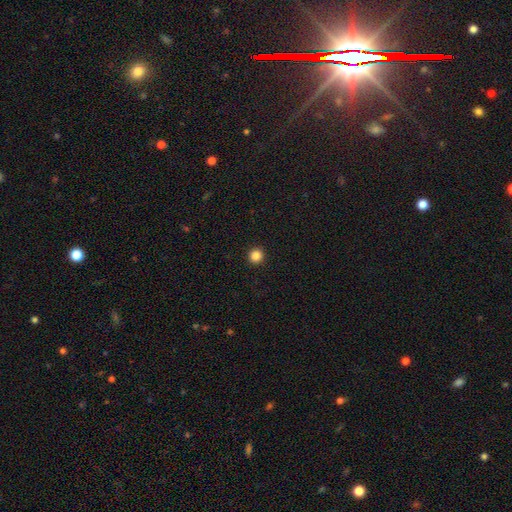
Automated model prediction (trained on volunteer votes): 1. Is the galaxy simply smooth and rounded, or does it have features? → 85% smooth, 12% star or artifact, 3% featured or disk.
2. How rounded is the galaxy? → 94% round, 5% in between, 1% cigar-shaped.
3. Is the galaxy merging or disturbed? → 94% none, 4% minor disturbance, 1% major disturbance, 1% merger.